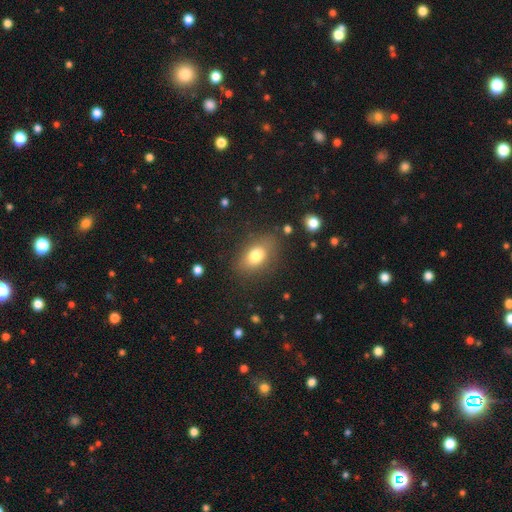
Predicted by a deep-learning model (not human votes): This appears to be a smooth galaxy with no disk features (77%) that is in between round and cigar-shaped (79%). Merging: none (79%).